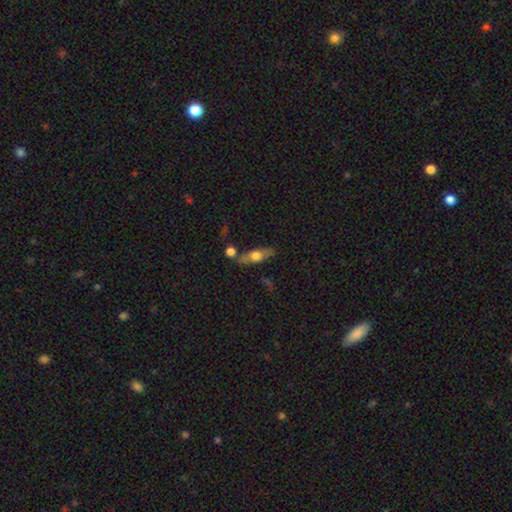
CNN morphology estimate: Smooth or featured? Predicted: smooth (p=0.52). How rounded? Predicted: in between (p=0.54). Merging? Predicted: none (p=0.67).